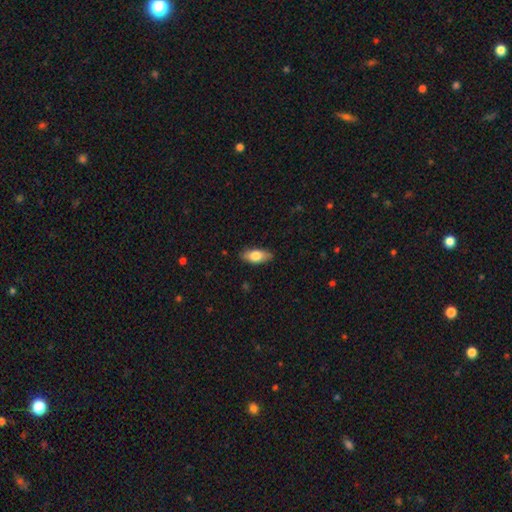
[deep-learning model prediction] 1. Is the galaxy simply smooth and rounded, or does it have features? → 77% smooth, 17% featured or disk, 6% star or artifact.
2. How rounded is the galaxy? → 86% in between, 11% cigar-shaped, 3% round.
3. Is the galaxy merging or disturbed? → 85% none, 12% minor disturbance, 2% major disturbance, 1% merger.